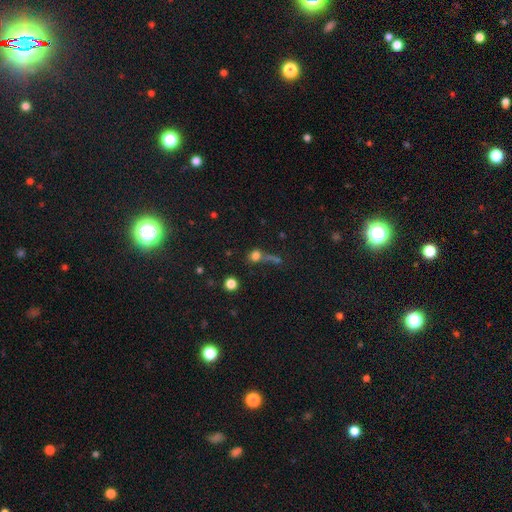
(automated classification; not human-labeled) smooth-or-featured: smooth: 71% | star or artifact: 19% | featured or disk: 11%
  how-rounded: round: 77% | in between: 19% | cigar-shaped: 4%
  merging: none: 49% | merger: 26% | major disturbance: 13% | minor disturbance: 12%